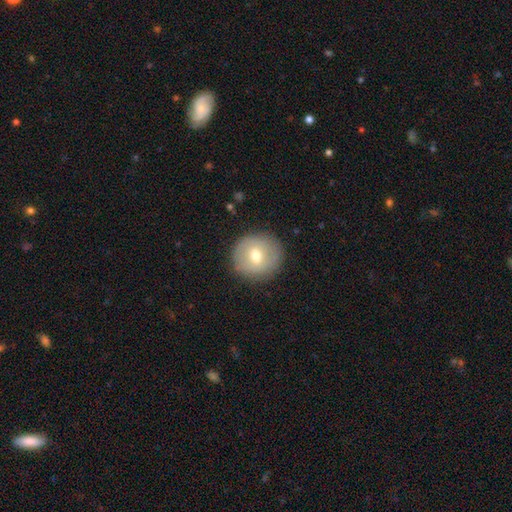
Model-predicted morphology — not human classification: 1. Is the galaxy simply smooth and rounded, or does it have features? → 60% smooth, 32% featured or disk, 8% star or artifact.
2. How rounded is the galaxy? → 91% round, 8% in between, 1% cigar-shaped.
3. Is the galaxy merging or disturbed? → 87% none, 9% minor disturbance, 3% major disturbance, 1% merger.